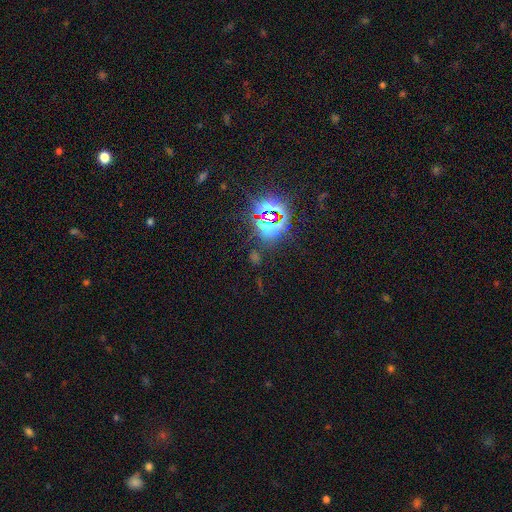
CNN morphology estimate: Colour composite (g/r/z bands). It shows a star or artifact, not a galaxy (78%).